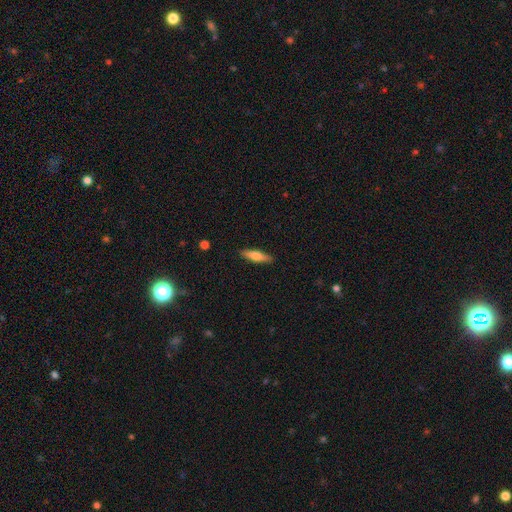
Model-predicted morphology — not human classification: Overall: smooth (65%; featured or disk 29%). How rounded: cigar-shaped (73%). Merging: none (89%).